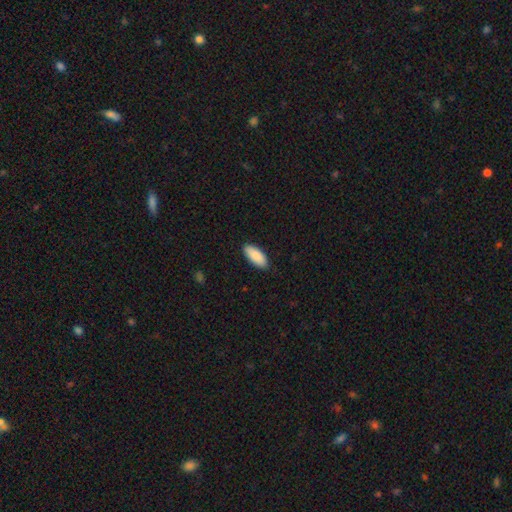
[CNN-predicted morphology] Overall: smooth (90%). How rounded: in between (84%). Merging: none (89%).